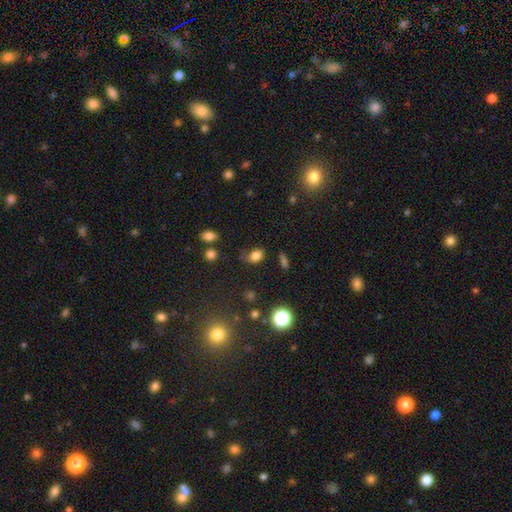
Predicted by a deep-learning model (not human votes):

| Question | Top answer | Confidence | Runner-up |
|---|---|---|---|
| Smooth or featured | smooth | 79% | star or artifact (13%) |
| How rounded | in between | 71% | round (27%) |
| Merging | none | 56% | minor disturbance (28%) |